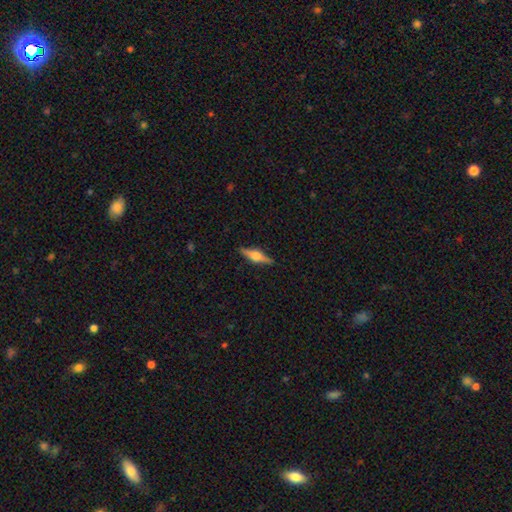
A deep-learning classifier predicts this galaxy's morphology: type=featured or disk (68%); edge-on=yes (97%); edge-on bulge=rounded (90%); merging=none (89%).